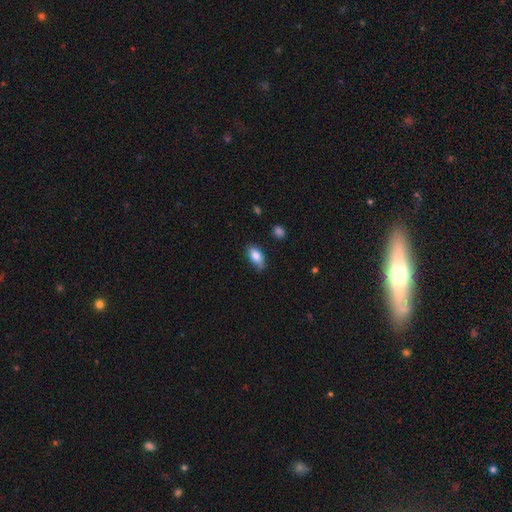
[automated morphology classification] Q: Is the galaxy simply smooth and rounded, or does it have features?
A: smooth — 83%.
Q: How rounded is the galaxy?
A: in between — 88%.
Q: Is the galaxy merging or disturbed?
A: none — 68%.